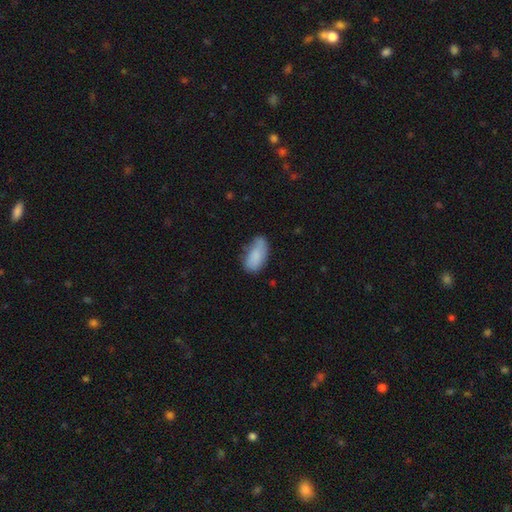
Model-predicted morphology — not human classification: Overall: smooth (84%). How rounded: in between (91%). Merging: none (55%; minor disturbance 33%).